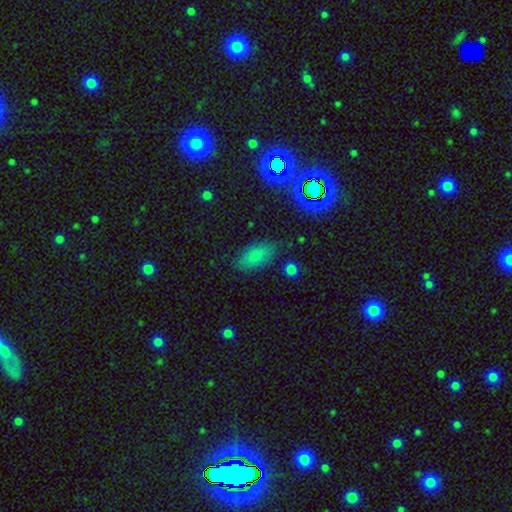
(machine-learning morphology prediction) A smooth galaxy with no disk features (75%) that is in between round and cigar-shaped (90%). Merging: none (77%).